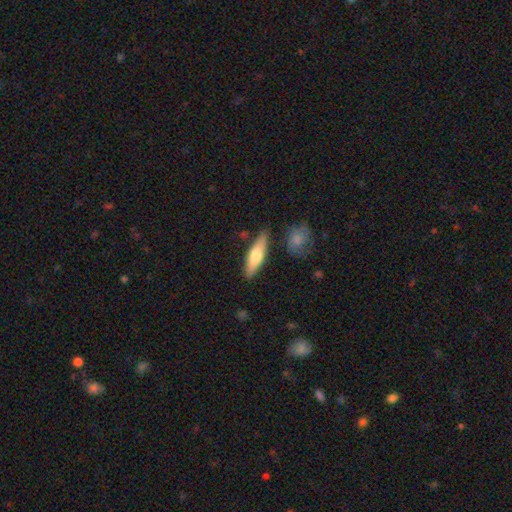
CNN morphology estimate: type=smooth (62%); roundness=cigar-shaped (57%); merging=none (82%).